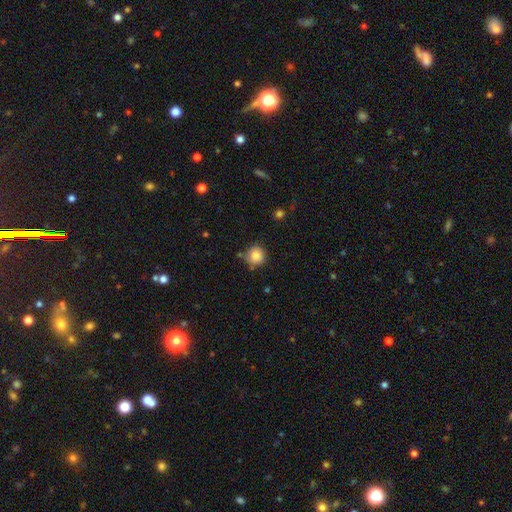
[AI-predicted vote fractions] Morphology: type=smooth (85%); roundness=round (91%); merging=none (74%).